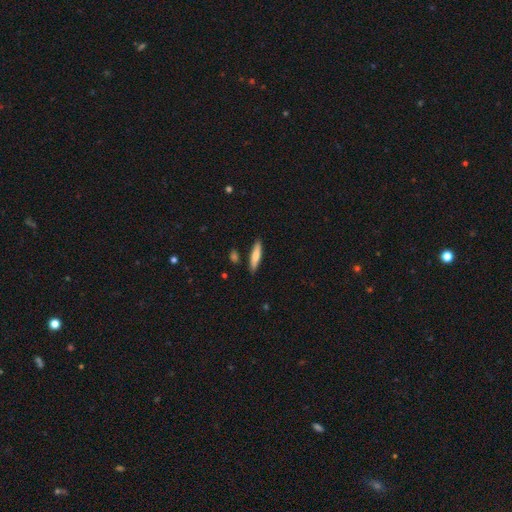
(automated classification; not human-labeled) This appears to be a smooth galaxy with no disk features (71%) that is cigar-shaped (82%). Merging: none (86%).